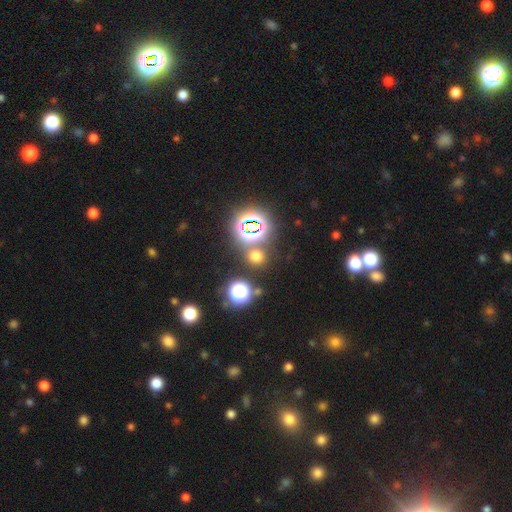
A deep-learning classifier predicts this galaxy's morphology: This appears to be a smooth galaxy with no disk features (54%) that is round (87%). Merging: none (79%).